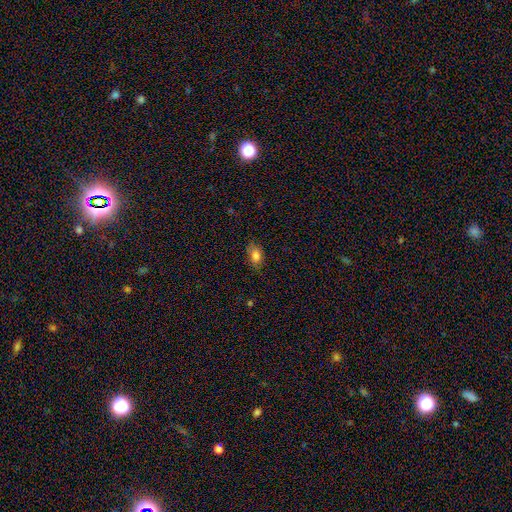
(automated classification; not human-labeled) The model was most divided on "merging": none: 75%, minor disturbance: 19%, major disturbance: 4%, merger: 1%. More confident: how rounded — in between (82%); smooth or featured — smooth (81%).